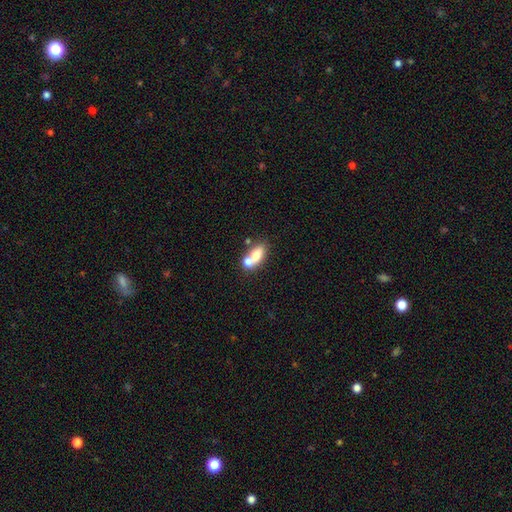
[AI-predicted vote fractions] smooth-or-featured: smooth: 70% | featured or disk: 21% | star or artifact: 9%
  how-rounded: in between: 79% | round: 12% | cigar-shaped: 9%
  merging: merger: 51% | none: 34% | minor disturbance: 10% | major disturbance: 5%